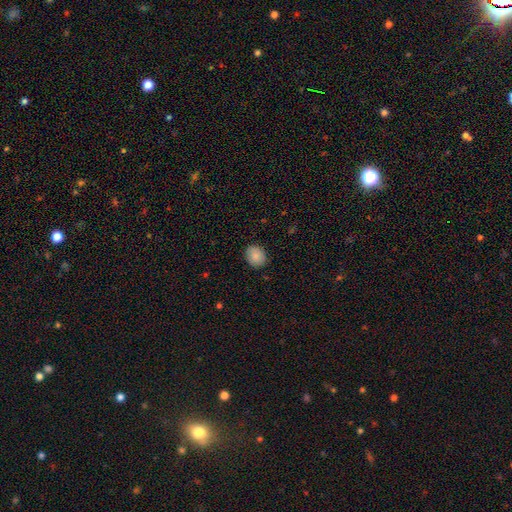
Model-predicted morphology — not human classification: This appears to be a smooth galaxy with no disk features (88%) that is round (62%). Merging: none (88%).